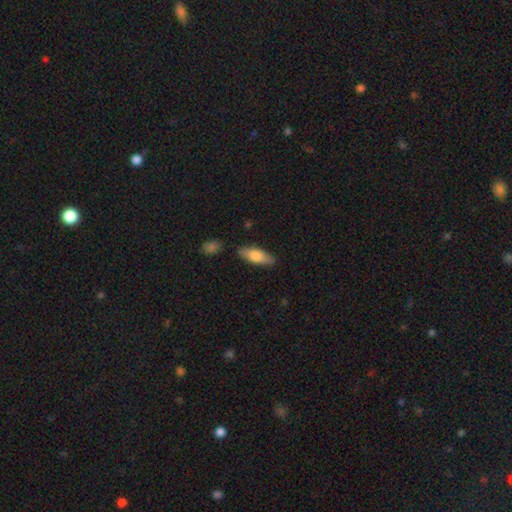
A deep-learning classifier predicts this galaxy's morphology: Smooth or featured?
  - smooth: 76% *
  - featured or disk: 19%
  - star or artifact: 6%
How rounded?
  - in between: 66% *
  - cigar-shaped: 32%
  - round: 2%
Merging?
  - none: 84% *
  - minor disturbance: 11%
  - merger: 3%
  - major disturbance: 2%